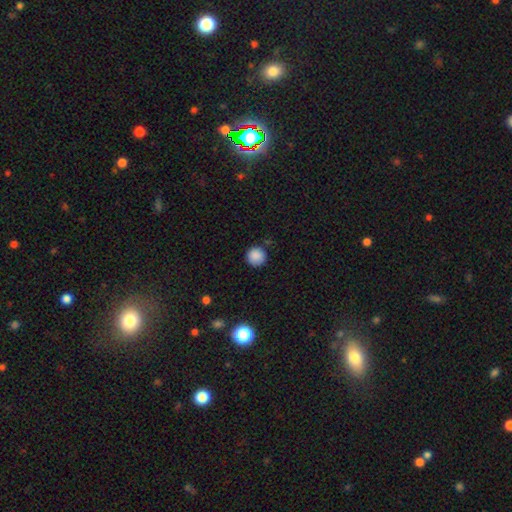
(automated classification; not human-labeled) This is clearly a smooth galaxy (87%). How rounded: clearly round (94%). Merging: clearly none (84%).